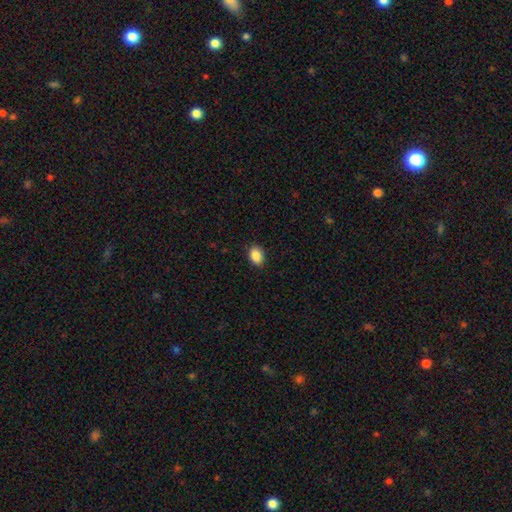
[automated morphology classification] smooth_or_featured: smooth (p=0.88) [alt: star or artifact p=0.08]
how_rounded: in between (p=0.78) [alt: round p=0.21]
merging: none (p=0.88) [alt: minor disturbance p=0.09]